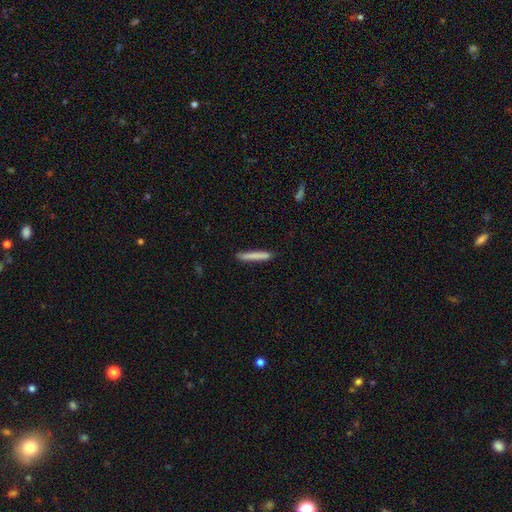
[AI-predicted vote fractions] This is likely a smooth galaxy (79%). How rounded: clearly cigar-shaped (96%). Merging: clearly none (89%).